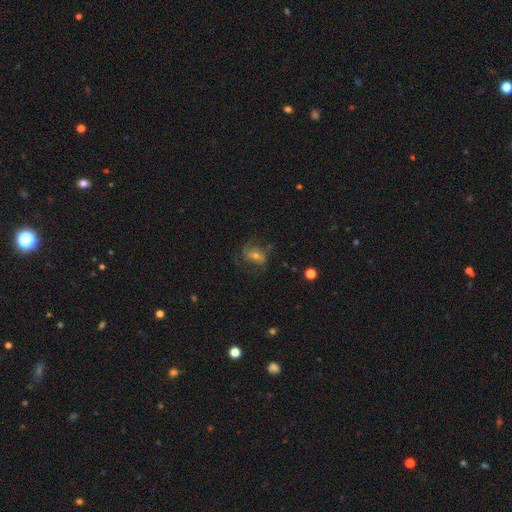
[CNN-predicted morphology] Smooth or featured? Predicted: featured or disk (p=0.55). Edge-on disk? Predicted: no (p=0.94). Bar? Predicted: no (p=0.50). Spiral arms? Predicted: yes (p=0.74). Bulge size? Predicted: moderate (p=0.48). Merging? Predicted: none (p=0.60).